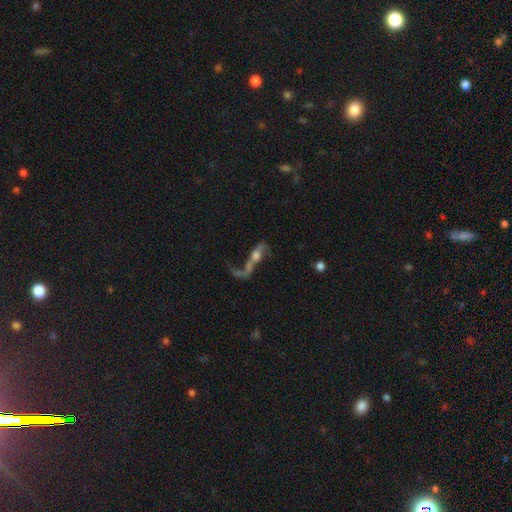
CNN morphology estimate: This is likely a featured or disk galaxy (71%). It is clearly not viewed edge-on (83%). Bar: likely no (60%). Spiral arm pattern: likely yes (76%). Central bulge: possibly moderate (47%). Merging: marginally major disturbance (33%).